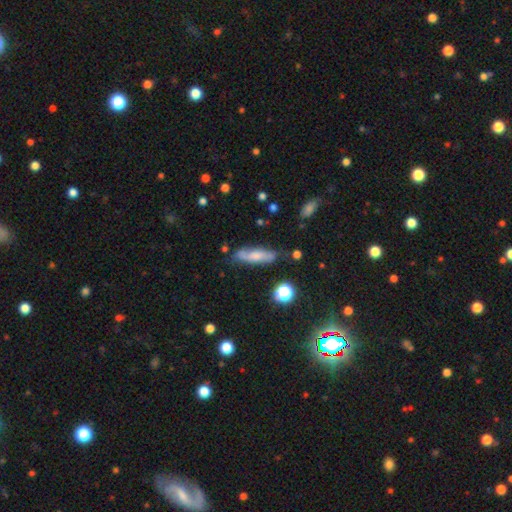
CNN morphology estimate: type=smooth (50%); roundness=cigar-shaped (57%); merging=none (69%).